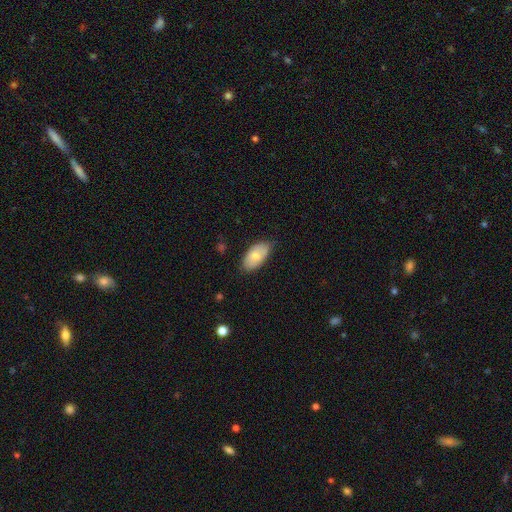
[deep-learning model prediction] Smooth or featured: smooth — 71% (featured or disk — 23%)
How rounded: in between — 94% (round — 3%)
Merging: none — 75% (minor disturbance — 21%)